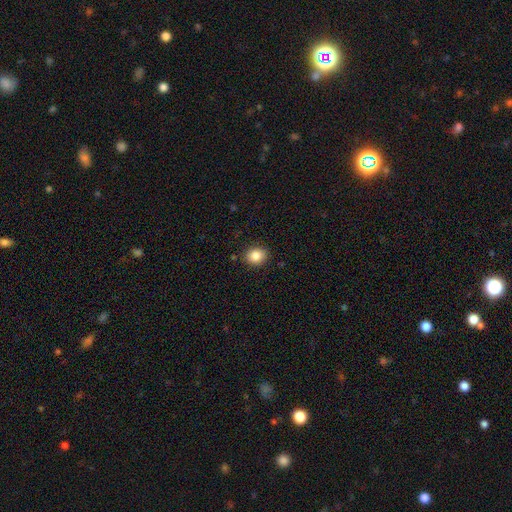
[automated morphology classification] A smooth galaxy with no disk features (86%) that is round (63%). Merging: none (88%).